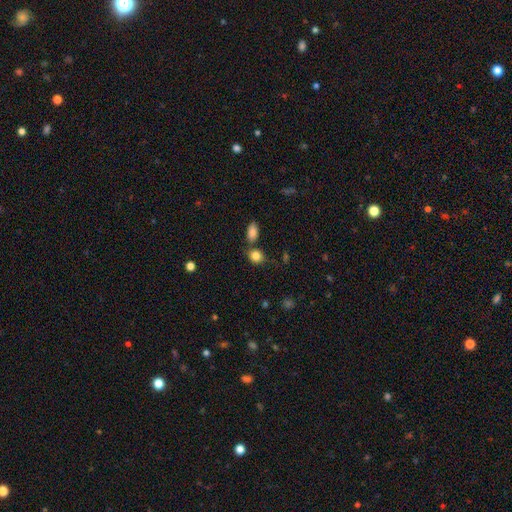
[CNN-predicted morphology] Overall: smooth (85%). How rounded: round (59%; in between 40%). Merging: none (65%).